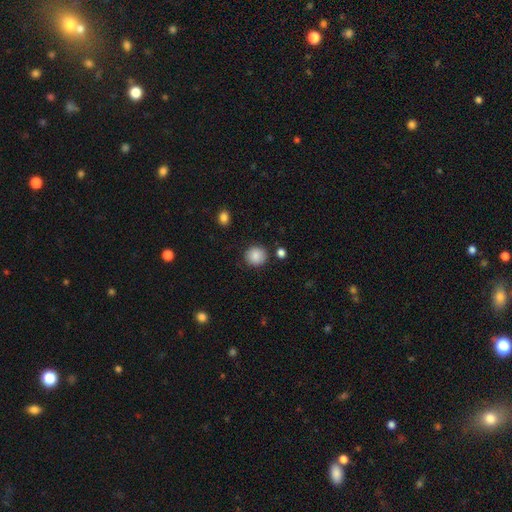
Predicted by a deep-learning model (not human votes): Smooth or featured: smooth — 87% (star or artifact — 8%)
How rounded: round — 89% (in between — 10%)
Merging: none — 87% (minor disturbance — 8%)